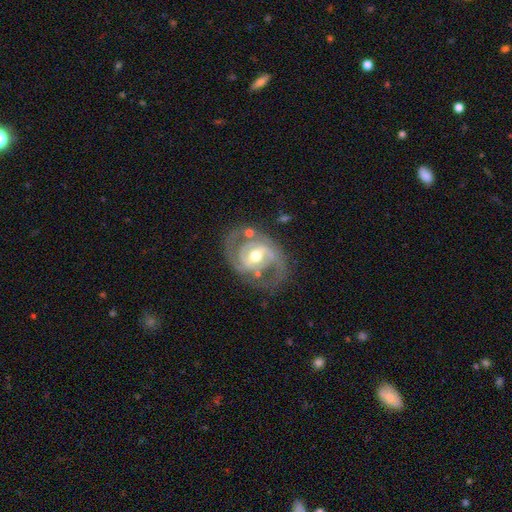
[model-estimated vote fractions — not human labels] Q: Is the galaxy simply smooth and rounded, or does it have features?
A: featured or disk — 87%.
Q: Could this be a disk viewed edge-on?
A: no — 97%.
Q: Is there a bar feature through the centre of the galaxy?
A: weak — 42%.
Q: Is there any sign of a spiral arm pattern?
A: yes — 90%.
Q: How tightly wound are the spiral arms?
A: medium — 47%.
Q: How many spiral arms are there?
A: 2 — 78%.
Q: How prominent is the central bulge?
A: moderate — 73%.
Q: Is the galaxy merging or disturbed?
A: none — 67%.